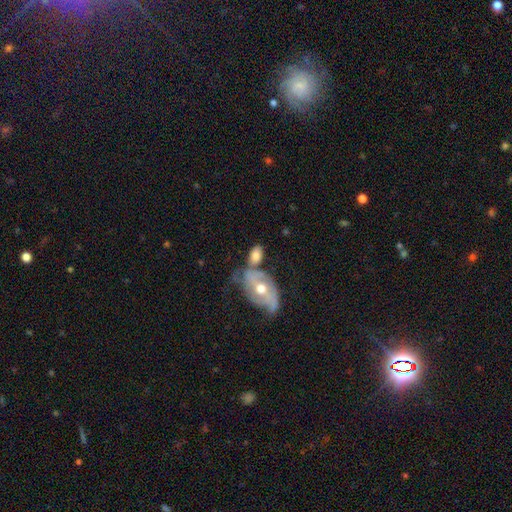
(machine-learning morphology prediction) A smooth galaxy with no disk features (63%) that is in between round and cigar-shaped (89%).

Vote fractions:
- Smooth or featured? smooth: 63% / featured or disk: 30% / star or artifact: 7%
- How rounded? in between: 89% / round: 9% / cigar-shaped: 3%
- Merging? none: 42% / merger: 31% / minor disturbance: 18% / major disturbance: 9%